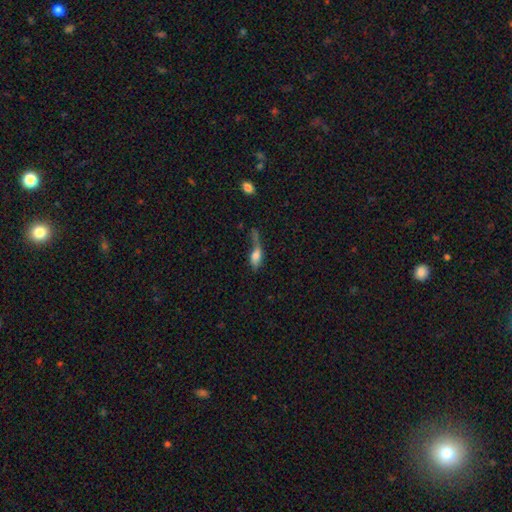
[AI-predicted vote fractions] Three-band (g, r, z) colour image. It shows a smooth galaxy with no disk features (63%) that is in between round and cigar-shaped (68%). Merging: major disturbance (39%).